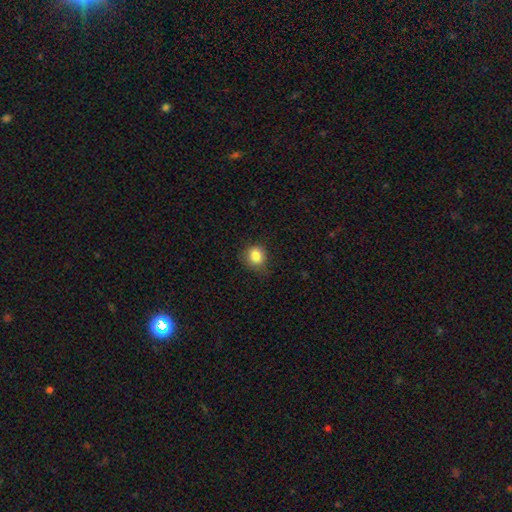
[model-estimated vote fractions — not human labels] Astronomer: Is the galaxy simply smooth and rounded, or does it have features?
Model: smooth — 84%.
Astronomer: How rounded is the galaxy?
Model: round — 80%.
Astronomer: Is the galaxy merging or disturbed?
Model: none — 76%.